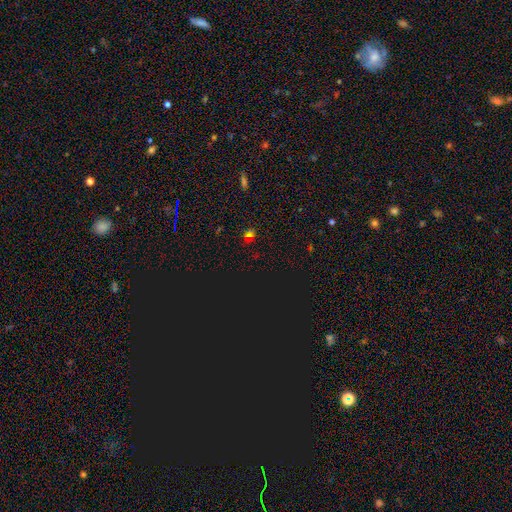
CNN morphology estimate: smooth-or-featured: star or artifact: 61% | smooth: 32% | featured or disk: 7%